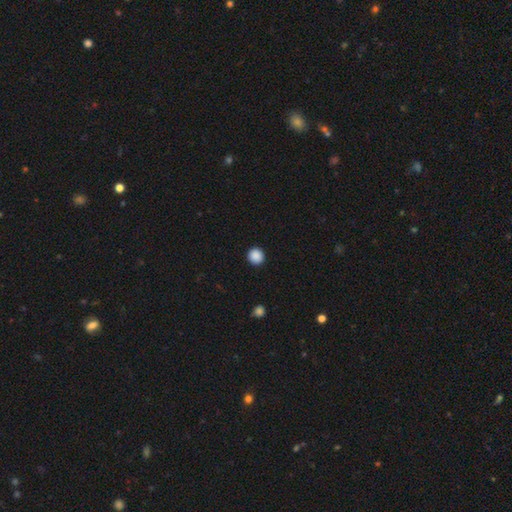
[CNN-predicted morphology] This appears to be a smooth galaxy with no disk features (89%) that is round (94%). Merging: none (93%).